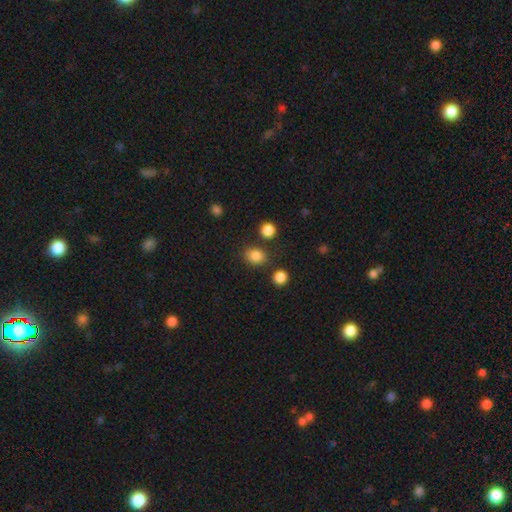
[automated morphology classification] Overall: smooth (84%). How rounded: round (57%; in between 42%). Merging: none (80%).